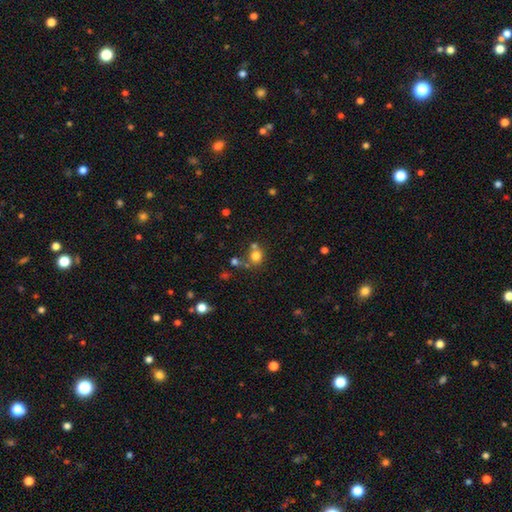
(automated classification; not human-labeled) smooth_or_featured: smooth (p=0.76) [alt: star or artifact p=0.15]
how_rounded: round (p=0.81) [alt: in between p=0.18]
merging: none (p=0.55) [alt: merger p=0.29]